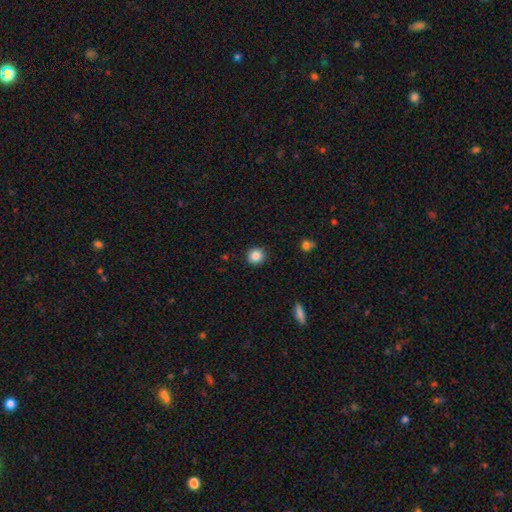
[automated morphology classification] Smooth or featured: smooth — 86% (star or artifact — 10%)
How rounded: round — 93% (in between — 6%)
Merging: none — 91% (minor disturbance — 6%)